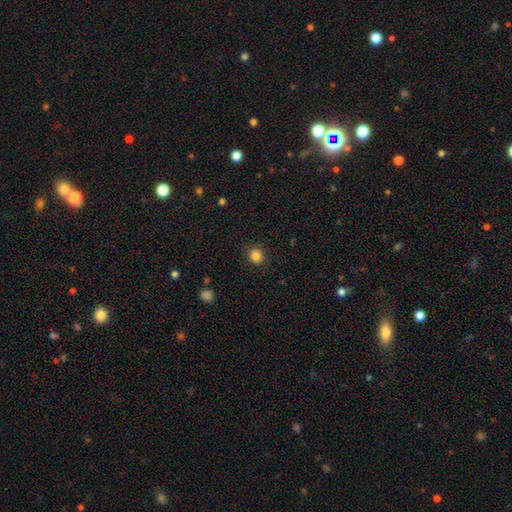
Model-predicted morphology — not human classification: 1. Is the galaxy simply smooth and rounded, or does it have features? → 85% smooth, 11% star or artifact, 4% featured or disk.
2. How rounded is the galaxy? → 80% round, 19% in between, 1% cigar-shaped.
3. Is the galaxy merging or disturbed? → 88% none, 8% minor disturbance, 2% major disturbance, 1% merger.